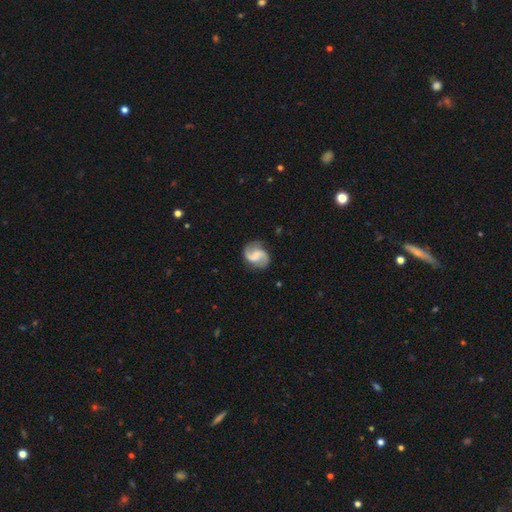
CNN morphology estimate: smooth-or-featured: featured or disk: 84% | smooth: 11% | star or artifact: 5%
  disk-edge-on: no: 98% | yes: 2%
    bar: weak: 49% | no: 34% | strong: 18%
    has-spiral-arms: yes: 97% | no: 3%
      spiral-winding: medium: 44% | loose: 43% | tight: 13%
      spiral-arm-count: 2: 93% | can't tell: 2% | 1: 2% | 3: 1% | 4: 1% | more than 4: 1%
    bulge-size: none: 42% | small: 28% | moderate: 22% | large: 7% | dominant: 2%
  merging: none: 81% | minor disturbance: 13% | major disturbance: 5% | merger: 1%